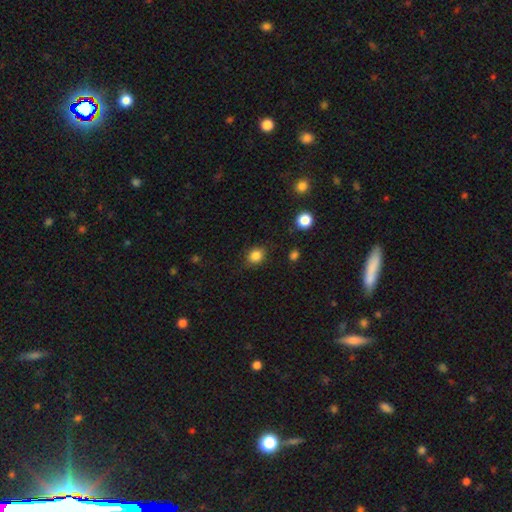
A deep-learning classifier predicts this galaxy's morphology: smooth 84%, star or artifact 11%, featured or disk 5%. Down the decision tree: how rounded — round (66%); merging — none (83%).